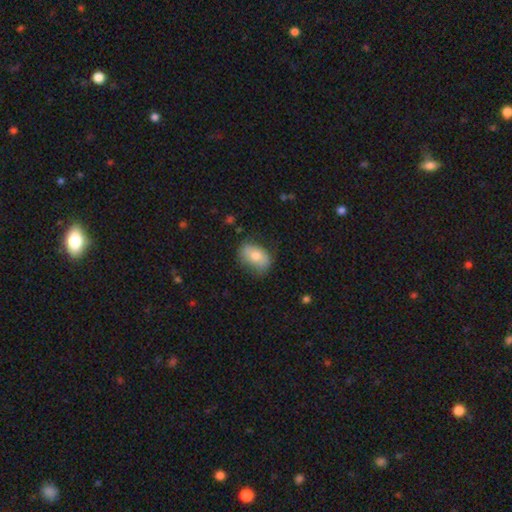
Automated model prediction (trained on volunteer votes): Q: Smooth or featured?
A: smooth (70%); runner-up: featured or disk (23%)
Q: How rounded?
A: in between (85%); runner-up: round (14%)
Q: Merging?
A: none (64%); runner-up: minor disturbance (27%)